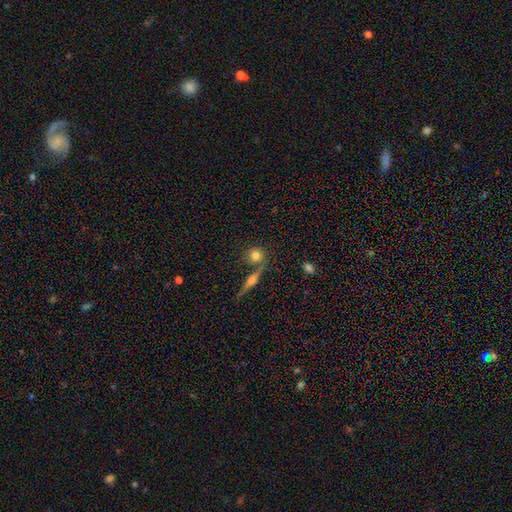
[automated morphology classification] This is likely a smooth galaxy (75%). How rounded: clearly round (88%). Merging: likely none (67%).